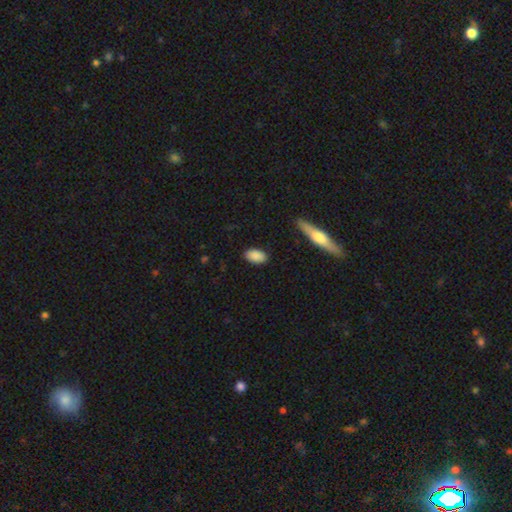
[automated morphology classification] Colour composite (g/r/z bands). It shows a smooth galaxy with no disk features (89%) that is in between round and cigar-shaped (92%). Merging: none (86%).